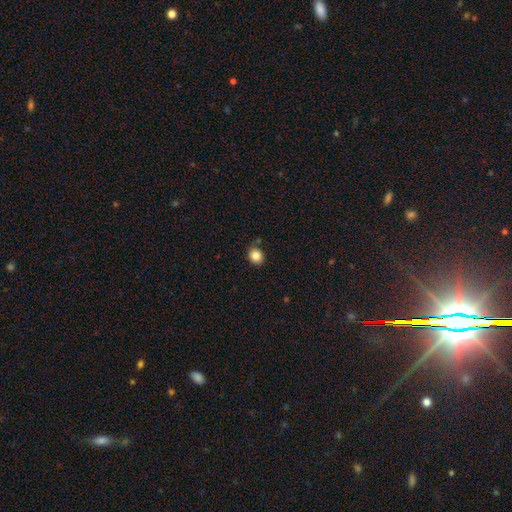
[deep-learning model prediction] smooth-or-featured: smooth: 84% | star or artifact: 10% | featured or disk: 5%
  how-rounded: round: 71% | in between: 28% | cigar-shaped: 1%
  merging: none: 82% | minor disturbance: 12% | merger: 4% | major disturbance: 3%